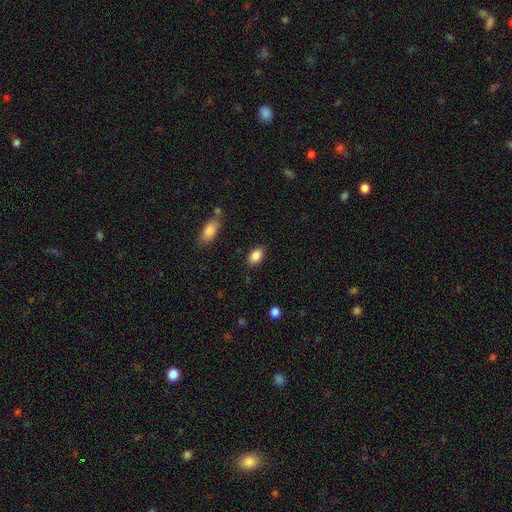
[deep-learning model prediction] smooth 87%, star or artifact 8%, featured or disk 5%. Down the decision tree: how rounded — in between (88%); merging — none (85%).